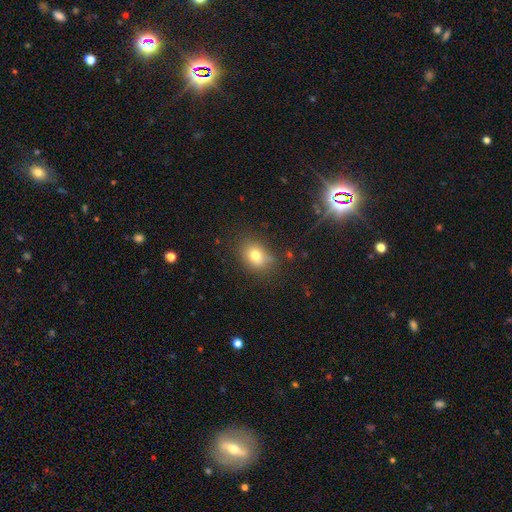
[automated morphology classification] Smooth or featured? Predicted: smooth (p=0.75). How rounded? Predicted: in between (p=0.56). Merging? Predicted: none (p=0.74).